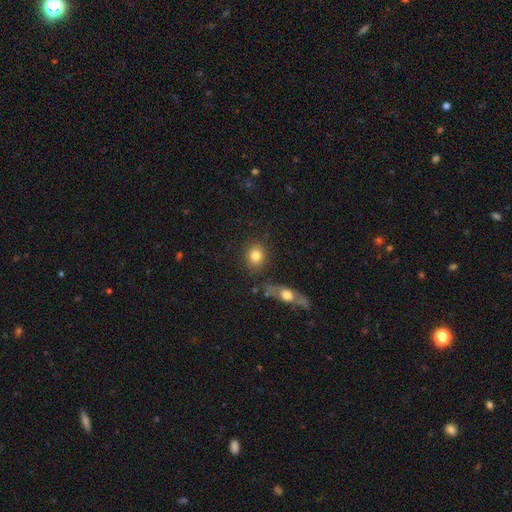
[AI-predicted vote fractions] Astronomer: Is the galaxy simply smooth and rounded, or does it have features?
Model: smooth — 81%.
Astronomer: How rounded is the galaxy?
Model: round — 73%.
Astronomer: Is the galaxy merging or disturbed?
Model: none — 83%.